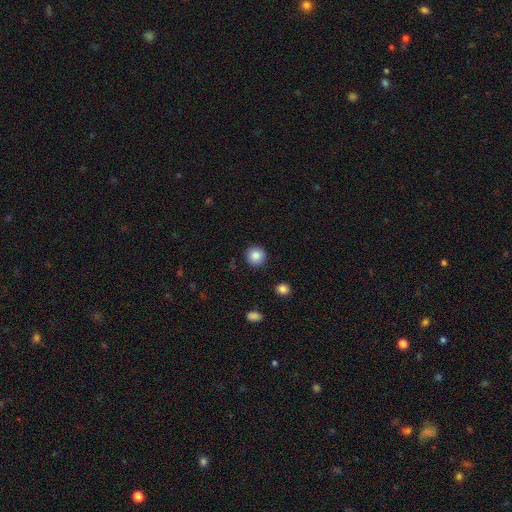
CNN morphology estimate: Smooth or featured: smooth — 87% (star or artifact — 9%)
How rounded: round — 94% (in between — 5%)
Merging: none — 91% (minor disturbance — 6%)